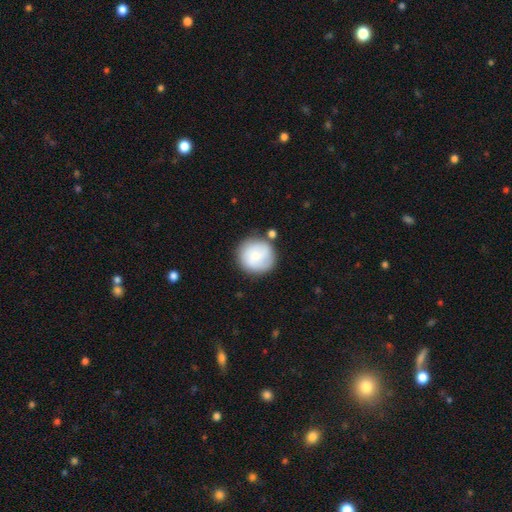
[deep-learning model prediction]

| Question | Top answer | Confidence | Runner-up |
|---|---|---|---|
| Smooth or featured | smooth | 73% | featured or disk (21%) |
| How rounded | round | 94% | in between (5%) |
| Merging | none | 74% | minor disturbance (14%) |